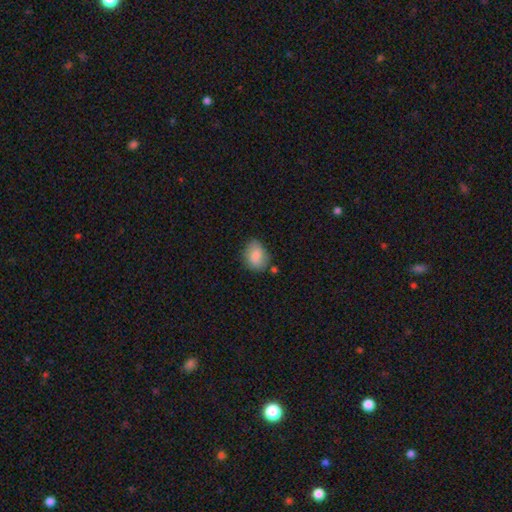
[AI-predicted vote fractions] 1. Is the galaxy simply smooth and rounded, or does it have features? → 85% smooth, 8% featured or disk, 7% star or artifact.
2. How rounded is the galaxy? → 66% in between, 33% round, 1% cigar-shaped.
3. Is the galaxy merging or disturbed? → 68% none, 23% minor disturbance, 5% merger, 5% major disturbance.